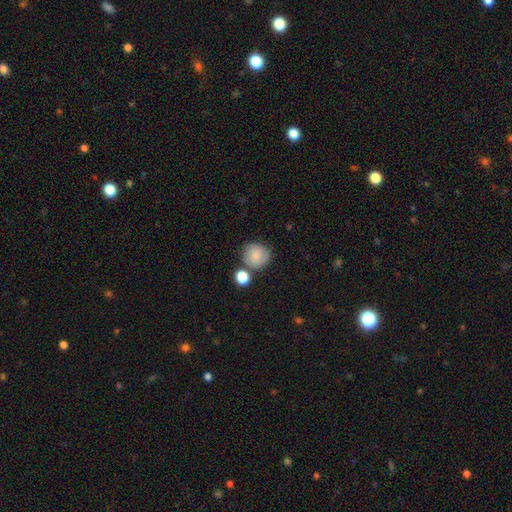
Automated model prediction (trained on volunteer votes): Q: Smooth or featured?
A: smooth (82%); runner-up: featured or disk (10%)
Q: How rounded?
A: round (88%); runner-up: in between (11%)
Q: Merging?
A: none (64%); runner-up: merger (16%)